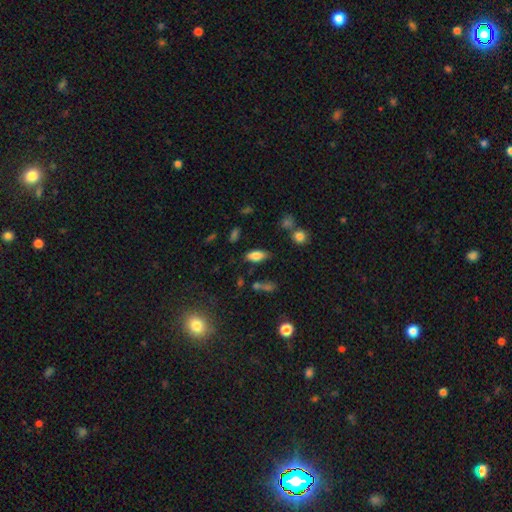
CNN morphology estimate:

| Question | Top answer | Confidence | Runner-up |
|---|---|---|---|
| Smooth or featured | smooth | 79% | featured or disk (11%) |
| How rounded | in between | 85% | cigar-shaped (12%) |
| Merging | none | 71% | minor disturbance (18%) |